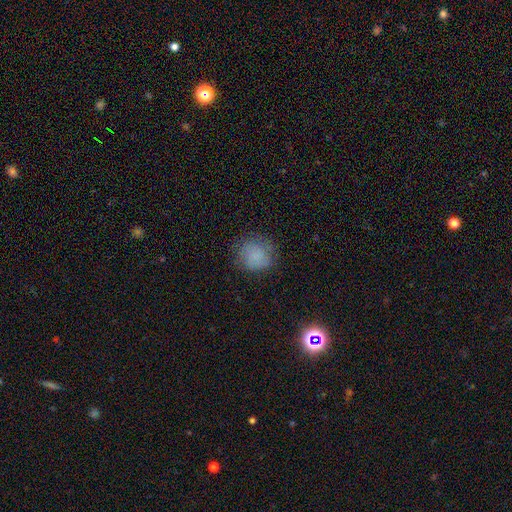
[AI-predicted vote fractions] This appears to be a smooth galaxy with no disk features (79%) that is round (87%). Merging: none (76%).